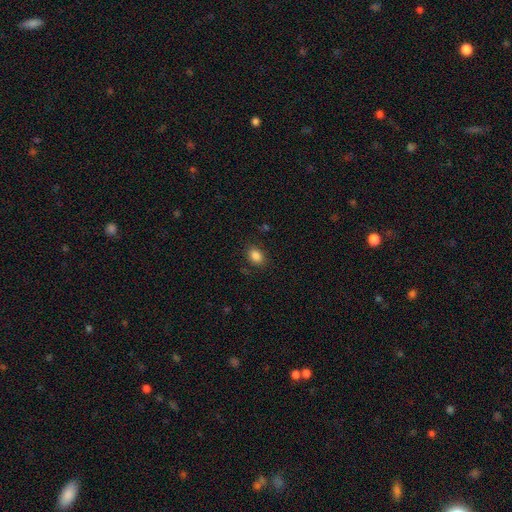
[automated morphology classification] smooth 86%, star or artifact 10%, featured or disk 4%. Down the decision tree: how rounded — in between (76%); merging — none (85%).